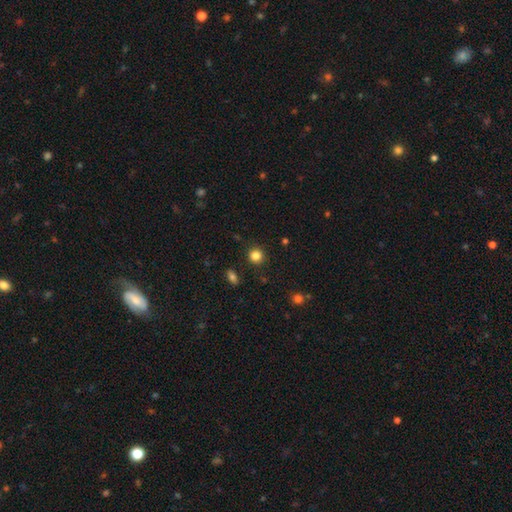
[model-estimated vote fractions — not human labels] Smooth or featured: smooth — 84% (star or artifact — 12%)
How rounded: round — 91% (in between — 8%)
Merging: none — 89% (minor disturbance — 6%)